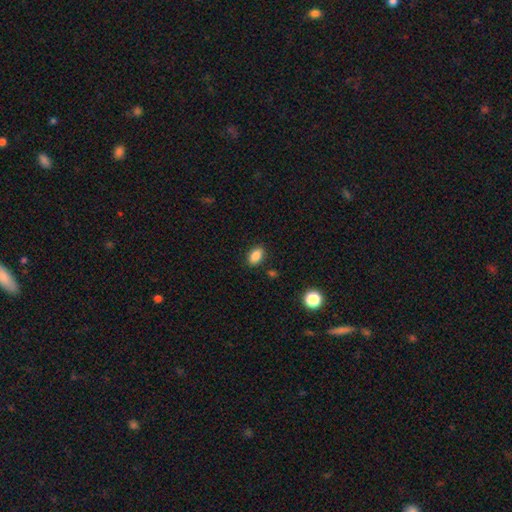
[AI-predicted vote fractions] Smooth or featured? Predicted: smooth (p=0.87). How rounded? Predicted: in between (p=0.86). Merging? Predicted: none (p=0.87).